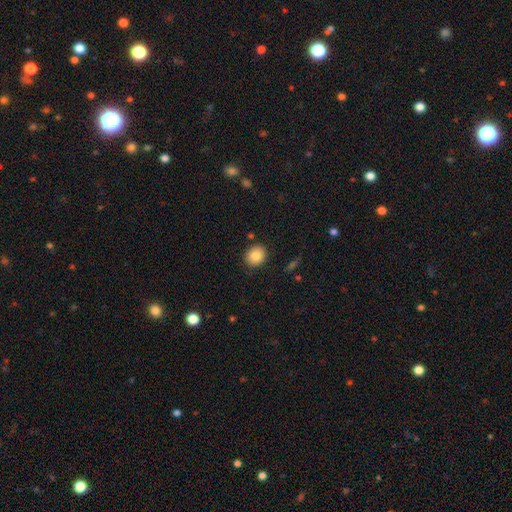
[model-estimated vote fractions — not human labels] This is clearly a smooth galaxy (85%). How rounded: likely round (67%). Merging: clearly none (87%).